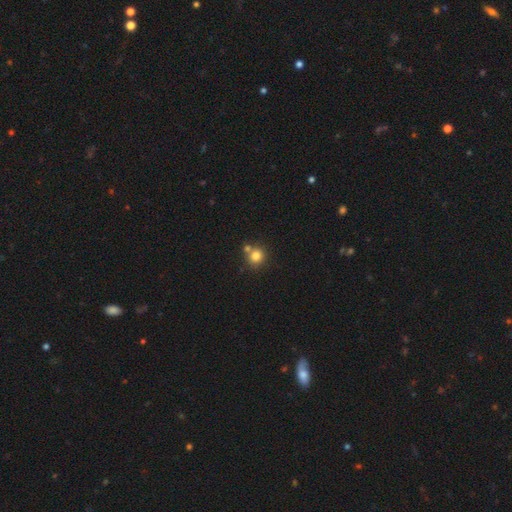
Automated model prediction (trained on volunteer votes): Smooth or featured?
  - smooth: 80% *
  - star or artifact: 12%
  - featured or disk: 8%
How rounded?
  - round: 88% *
  - in between: 11%
  - cigar-shaped: 1%
Merging?
  - none: 63% *
  - merger: 25%
  - minor disturbance: 9%
  - major disturbance: 3%